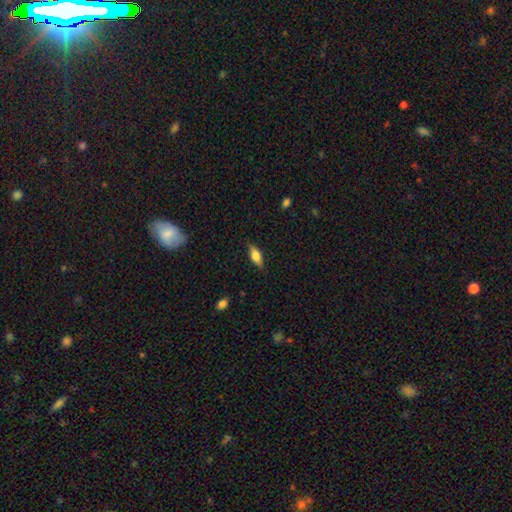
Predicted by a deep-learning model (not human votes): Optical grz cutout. It shows a smooth galaxy with no disk features (63%) that is in between round and cigar-shaped (73%). Merging: none (84%).